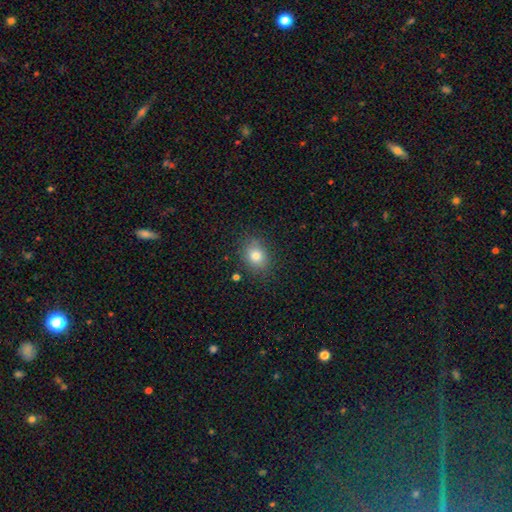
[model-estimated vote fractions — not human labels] Smooth or featured?
  - smooth: 81% *
  - star or artifact: 11%
  - featured or disk: 8%
How rounded?
  - in between: 53% *
  - round: 46%
  - cigar-shaped: 1%
Merging?
  - none: 84% *
  - minor disturbance: 11%
  - major disturbance: 3%
  - merger: 2%